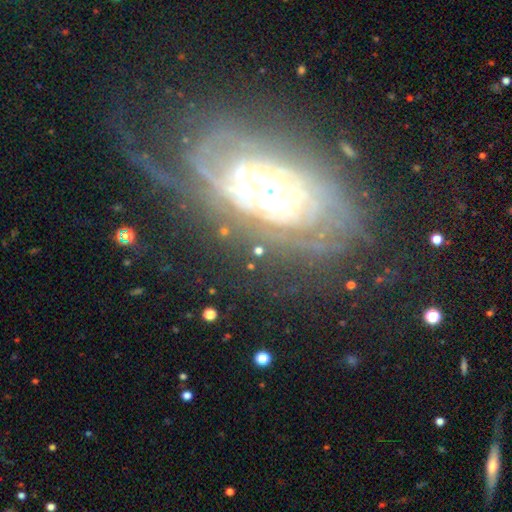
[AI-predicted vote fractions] Smooth or featured? Predicted: featured or disk (p=0.83). Edge-on disk? Predicted: no (p=0.91). Bar? Predicted: no (p=0.58). Spiral arms? Predicted: yes (p=0.90). Spiral winding? Predicted: tight (p=0.73). Spiral arm count? Predicted: can't tell (p=0.43). Bulge size? Predicted: large (p=0.46). Merging? Predicted: none (p=0.60).